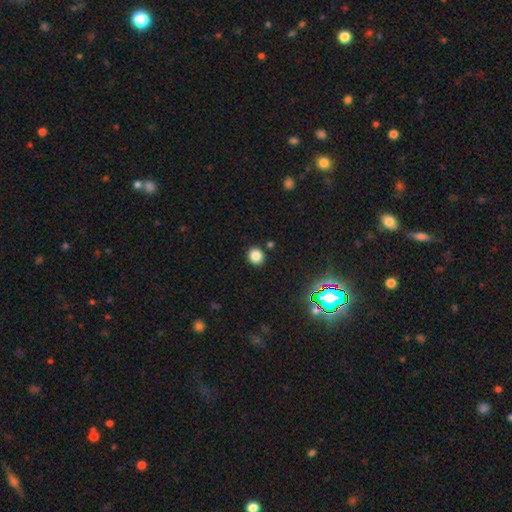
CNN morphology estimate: Smooth or featured? smooth (84%)
How rounded? round (82%)
Merging? none (88%)